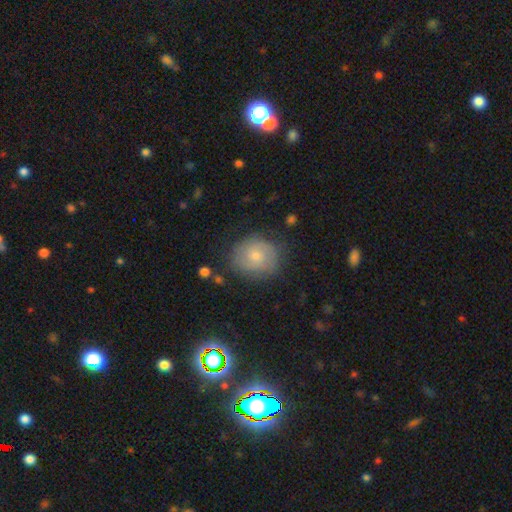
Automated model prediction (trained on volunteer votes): Smooth or featured? Predicted: smooth (p=0.52). How rounded? Predicted: round (p=0.78). Merging? Predicted: none (p=0.77).